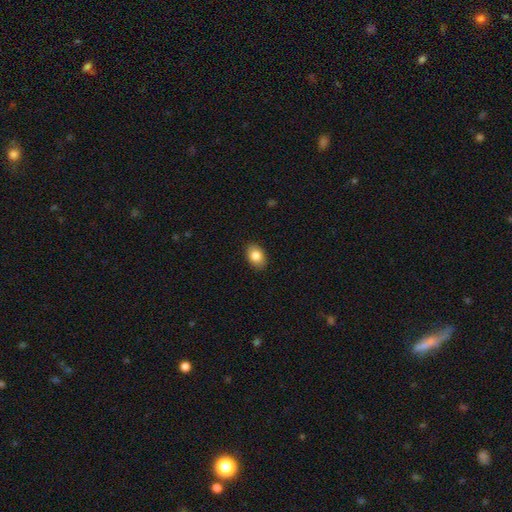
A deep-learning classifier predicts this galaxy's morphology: Smooth or featured?
  - smooth: 85% *
  - star or artifact: 8%
  - featured or disk: 7%
How rounded?
  - in between: 81% *
  - round: 18%
  - cigar-shaped: 1%
Merging?
  - none: 89% *
  - minor disturbance: 8%
  - major disturbance: 2%
  - merger: 1%